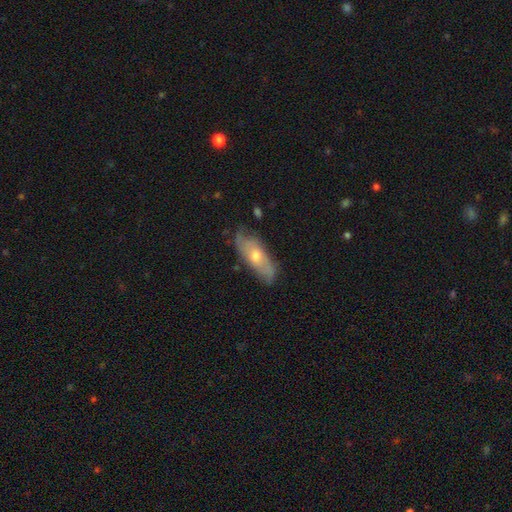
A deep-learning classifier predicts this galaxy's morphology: smooth_or_featured: featured or disk (p=0.57) [alt: smooth p=0.36]
disk_edge_on: no (p=0.76) [alt: yes p=0.24]
merging: none (p=0.71) [alt: minor disturbance p=0.22]